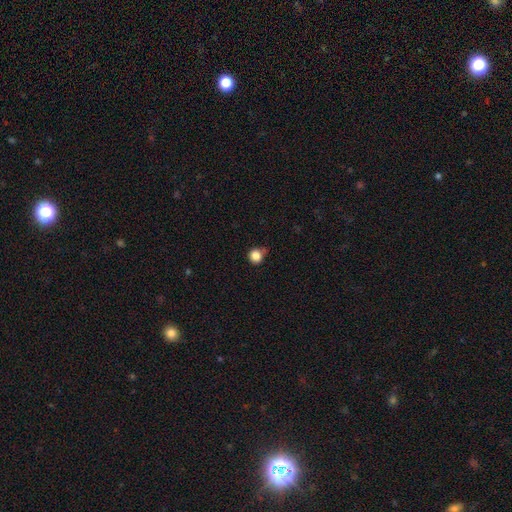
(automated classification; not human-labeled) Smooth or featured? Predicted: smooth (p=0.85). How rounded? Predicted: round (p=0.89). Merging? Predicted: none (p=0.69).